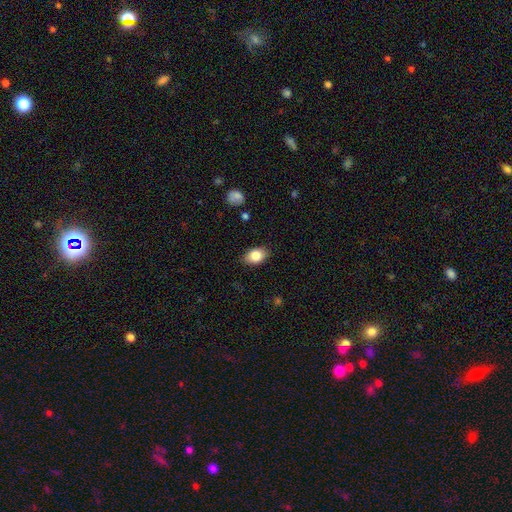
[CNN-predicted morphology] smooth 82%, featured or disk 11%, star or artifact 8%. Down the decision tree: how rounded — in between (87%); merging — none (85%).